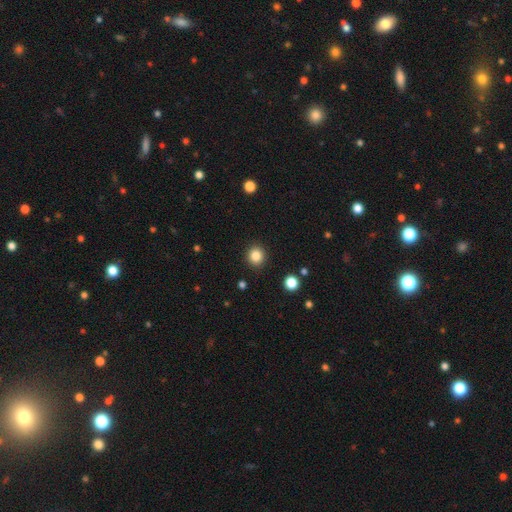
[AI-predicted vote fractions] smooth-or-featured: smooth: 84% | star or artifact: 11% | featured or disk: 4%
  how-rounded: round: 88% | in between: 11% | cigar-shaped: 1%
  merging: none: 91% | minor disturbance: 6% | major disturbance: 2% | merger: 1%